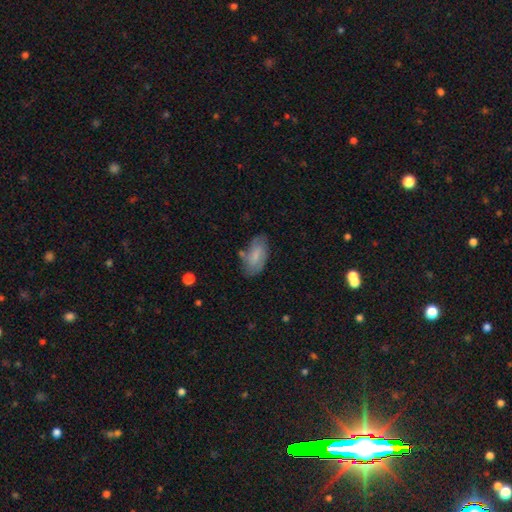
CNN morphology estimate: The model was most divided on "smooth or featured": smooth: 64%, featured or disk: 29%, star or artifact: 7%. More confident: how rounded — in between (91%); merging — none (67%).